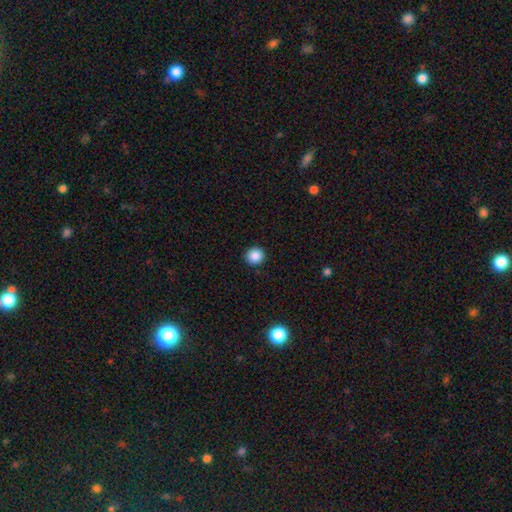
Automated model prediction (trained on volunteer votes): smooth-or-featured: smooth: 87% | star or artifact: 10% | featured or disk: 3%
  how-rounded: round: 93% | in between: 6% | cigar-shaped: 1%
  merging: none: 92% | minor disturbance: 5% | major disturbance: 2% | merger: 1%